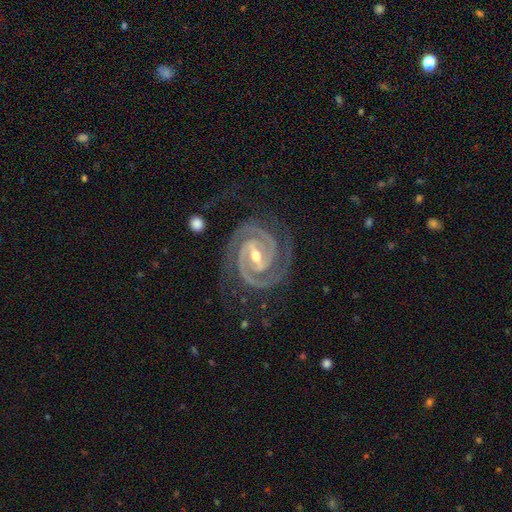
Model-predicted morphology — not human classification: A featured or disk galaxy (94%) with a strong bar (52%), 2 (89%) tight (77%) spiral arms (99%) and a moderate central bulge (54%). Merging: none (80%).